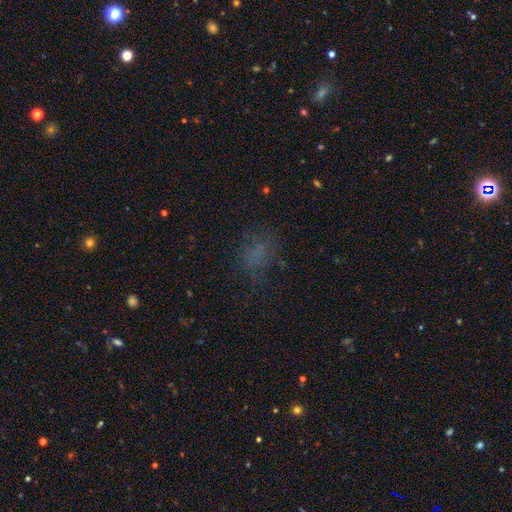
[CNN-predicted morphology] This appears to be a smooth galaxy with no disk features (59%) that is in between round and cigar-shaped (68%). Merging: none (60%).